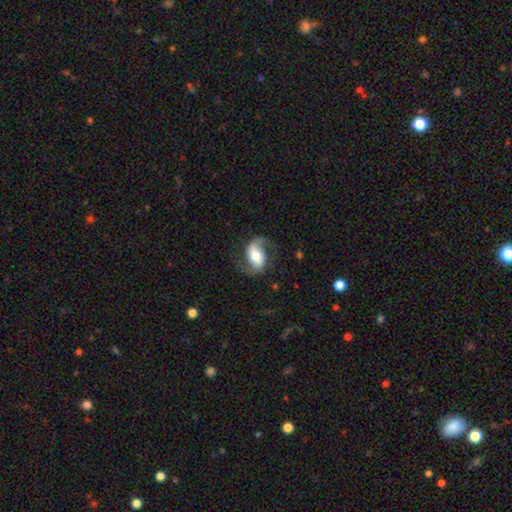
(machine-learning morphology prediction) Smooth or featured?
  - featured or disk: 72% *
  - smooth: 21%
  - star or artifact: 6%
Edge-on disk?
  - no: 96% *
  - yes: 4%
Bar?
  - weak: 35% * (tied)
  - no: 35% * (tied)
  - strong: 31%
Spiral arms?
  - yes: 91% *
  - no: 9%
Spiral winding?
  - loose: 52% *
  - medium: 38%
  - tight: 11%
Spiral arm count?
  - 2: 86% *
  - 1: 8%
  - can't tell: 3%
  - 3: 1%
  - 4: 1%
  - more than 4: 1%
Bulge size?
  - moderate: 60% *
  - large: 23%
  - small: 13%
  - dominant: 3%
  - none: 2%
Merging?
  - none: 68% *
  - minor disturbance: 18%
  - major disturbance: 13%
  - merger: 1%